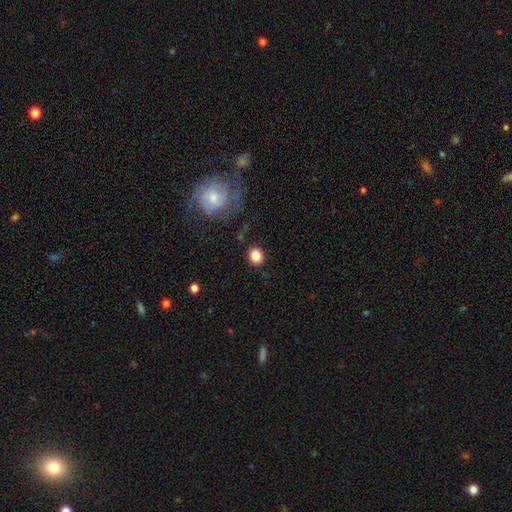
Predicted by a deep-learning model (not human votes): smooth 84%, star or artifact 10%, featured or disk 6%. Down the decision tree: how rounded — round (79%); merging — none (85%).